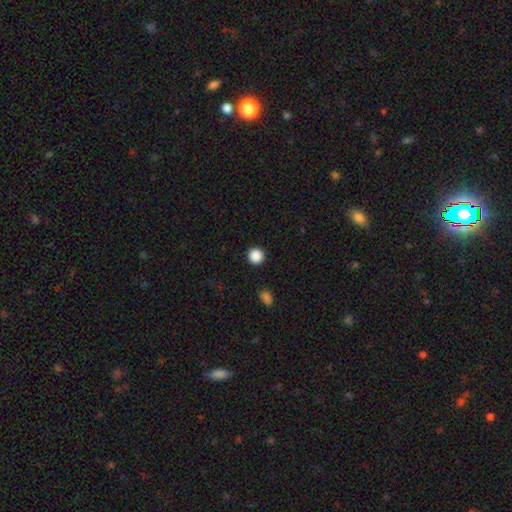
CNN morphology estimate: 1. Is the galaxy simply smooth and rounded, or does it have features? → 87% smooth, 10% star or artifact, 2% featured or disk.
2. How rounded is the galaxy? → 95% round, 4% in between, 1% cigar-shaped.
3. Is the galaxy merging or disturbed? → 93% none, 4% minor disturbance, 2% major disturbance, 1% merger.